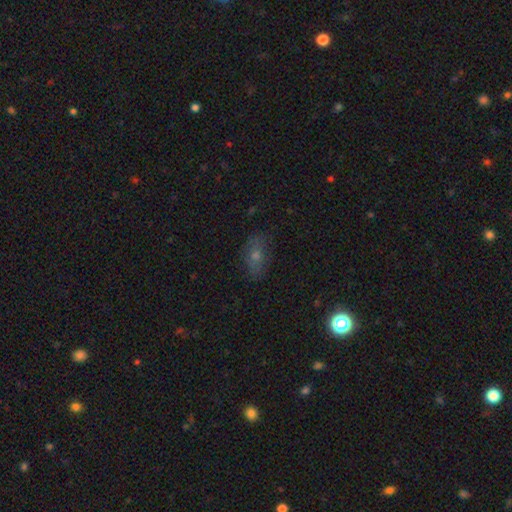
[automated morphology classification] Overall: smooth (50%; featured or disk 30%). Merging: none (79%).